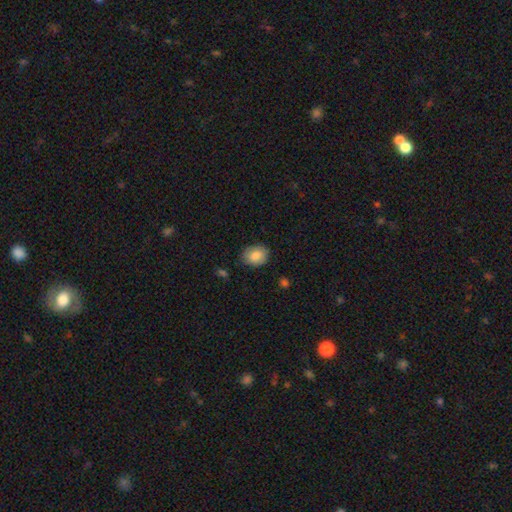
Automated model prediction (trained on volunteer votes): Smooth or featured? Predicted: smooth (p=0.84). How rounded? Predicted: in between (p=0.52). Merging? Predicted: none (p=0.81).